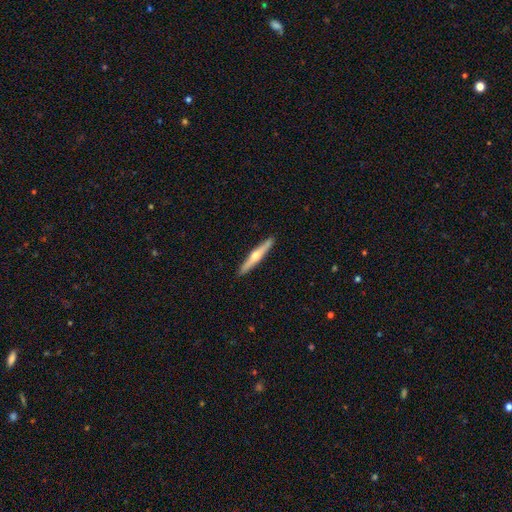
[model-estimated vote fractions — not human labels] Q: Smooth or featured?
A: featured or disk (61%); runner-up: smooth (34%)
Q: Edge-on disk?
A: yes (97%); runner-up: no (3%)
Q: Edge-on bulge?
A: rounded (90%); runner-up: none (7%)
Q: Merging?
A: none (92%); runner-up: minor disturbance (6%)